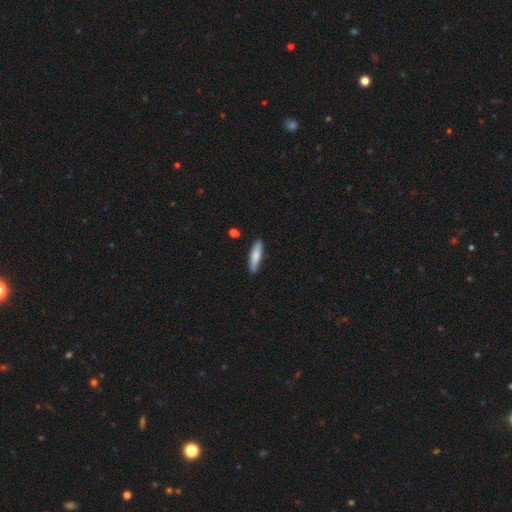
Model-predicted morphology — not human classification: This is likely a smooth galaxy (76%). How rounded: likely cigar-shaped (66%). Merging: clearly none (83%).